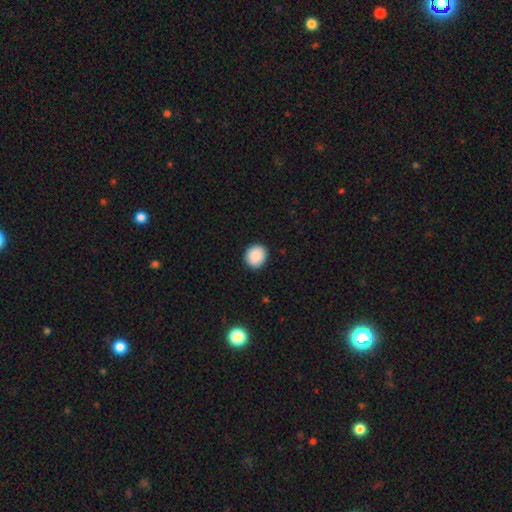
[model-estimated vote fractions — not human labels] smooth_or_featured: smooth (p=0.89) [alt: star or artifact p=0.08]
how_rounded: round (p=0.84) [alt: in between p=0.15]
merging: none (p=0.92) [alt: minor disturbance p=0.06]